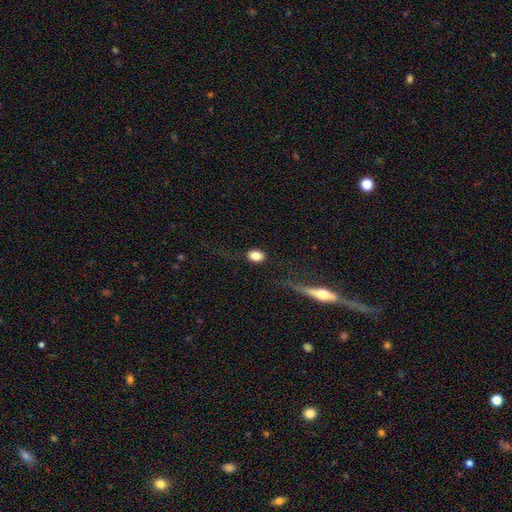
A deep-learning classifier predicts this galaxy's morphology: Smooth or featured? smooth (82%)
How rounded? in between (68%)
Merging? none (80%)